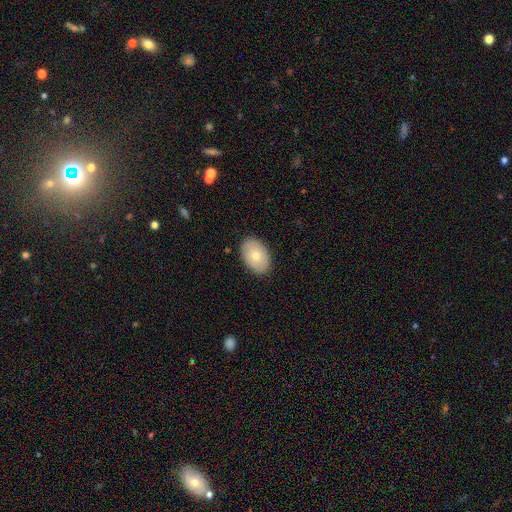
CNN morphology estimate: smooth_or_featured: smooth (p=0.73) [alt: featured or disk p=0.21]
how_rounded: in between (p=0.88) [alt: round p=0.11]
merging: none (p=0.88) [alt: minor disturbance p=0.09]